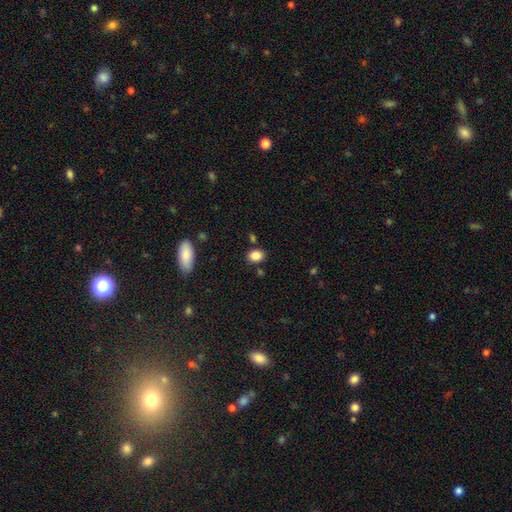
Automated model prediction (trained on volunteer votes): This is clearly a smooth galaxy (86%). How rounded: likely in between (63%). Merging: clearly none (81%).